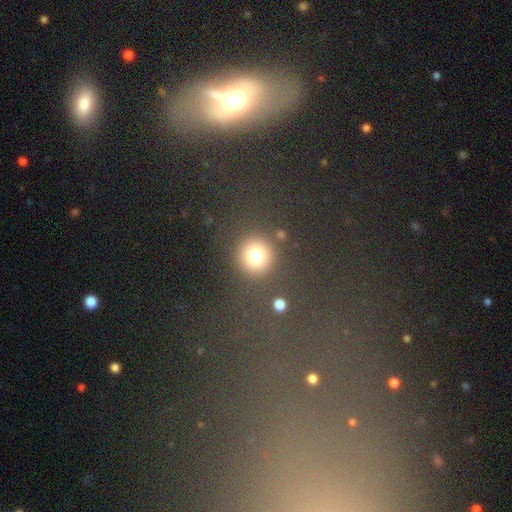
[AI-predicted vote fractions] Smooth or featured? Predicted: smooth (p=0.78). How rounded? Predicted: round (p=0.91). Merging? Predicted: none (p=0.82).